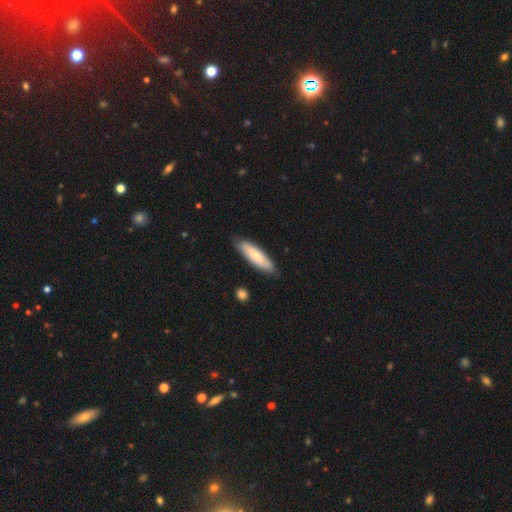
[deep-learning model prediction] Q: Smooth or featured?
A: smooth (70%); runner-up: featured or disk (25%)
Q: How rounded?
A: cigar-shaped (59%); runner-up: in between (39%)
Q: Merging?
A: none (82%); runner-up: minor disturbance (14%)